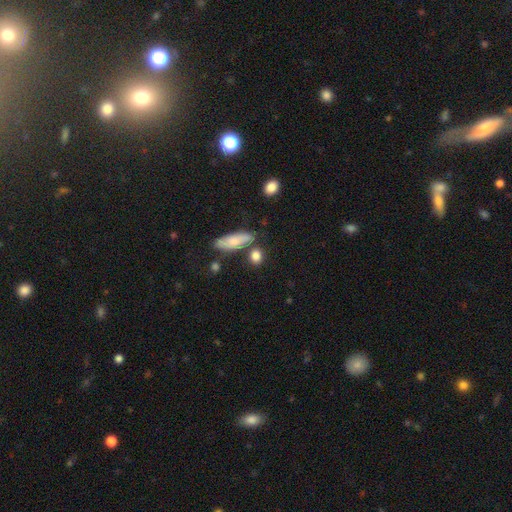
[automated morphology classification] smooth_or_featured: smooth (p=0.83) [alt: star or artifact p=0.09]
how_rounded: round (p=0.55) [alt: in between p=0.35]
merging: none (p=0.70) [alt: merger p=0.13]